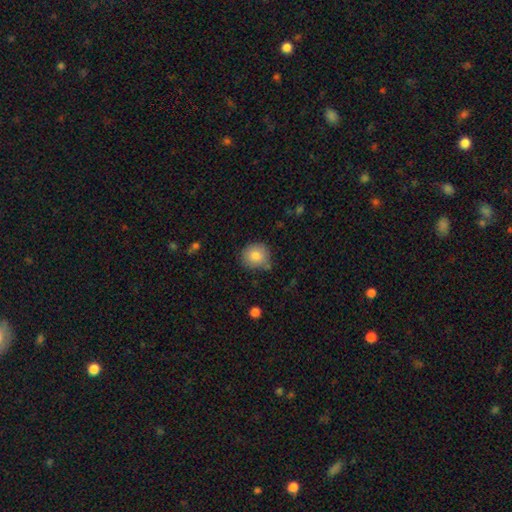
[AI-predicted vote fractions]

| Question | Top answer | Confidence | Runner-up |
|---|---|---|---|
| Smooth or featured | smooth | 82% | featured or disk (9%) |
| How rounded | round | 85% | in between (14%) |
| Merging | none | 72% | minor disturbance (20%) |